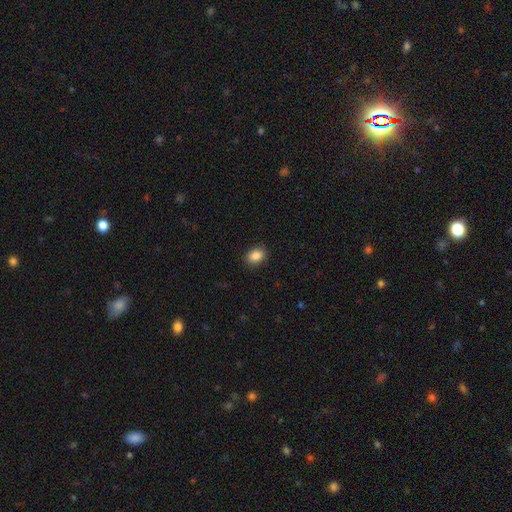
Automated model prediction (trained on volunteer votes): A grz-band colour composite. It shows a smooth galaxy with no disk features (87%) that is in between round and cigar-shaped (67%). Merging: none (89%).